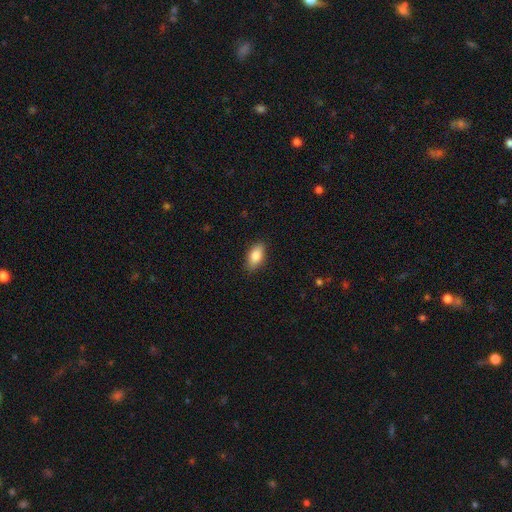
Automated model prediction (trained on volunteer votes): Smooth or featured? smooth (85%)
How rounded? in between (89%)
Merging? none (86%)